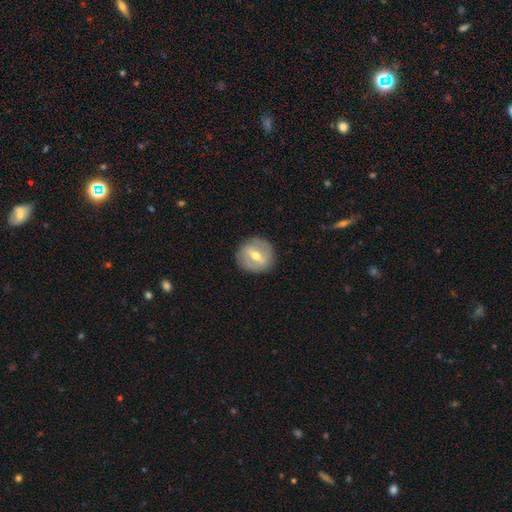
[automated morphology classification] smooth_or_featured: featured or disk (p=0.60) [alt: smooth p=0.33]
disk_edge_on: no (p=0.91) [alt: yes p=0.09]
bar: strong (p=0.47) [alt: weak p=0.39]
has_spiral_arms: no (p=0.66) [alt: yes p=0.34]
bulge_size: moderate (p=0.72) [alt: small p=0.22]
merging: none (p=0.87) [alt: minor disturbance p=0.09]